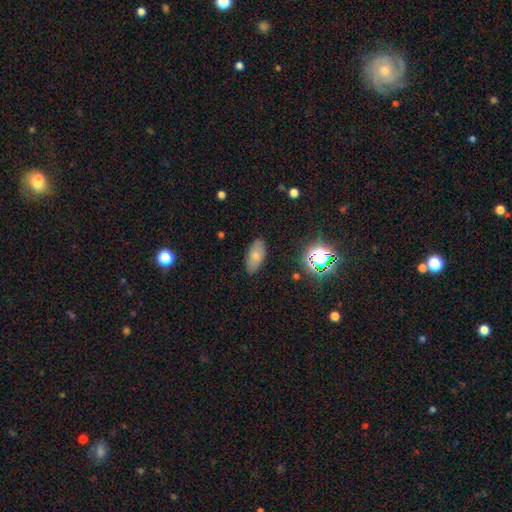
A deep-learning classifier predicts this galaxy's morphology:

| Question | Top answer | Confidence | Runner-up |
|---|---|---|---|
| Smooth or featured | smooth | 68% | featured or disk (20%) |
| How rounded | in between | 90% | cigar-shaped (5%) |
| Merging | none | 82% | minor disturbance (14%) |